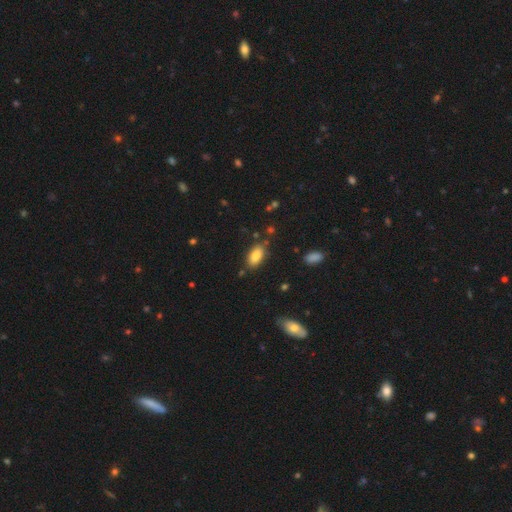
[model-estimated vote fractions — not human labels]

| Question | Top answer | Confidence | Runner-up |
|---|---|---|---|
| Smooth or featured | smooth | 82% | featured or disk (10%) |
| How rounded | in between | 92% | cigar-shaped (4%) |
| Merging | none | 82% | minor disturbance (12%) |